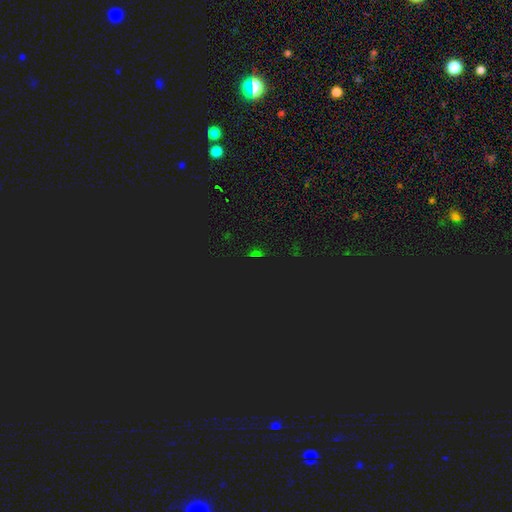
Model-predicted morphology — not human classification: smooth-or-featured: star or artifact: 73% | smooth: 20% | featured or disk: 8%